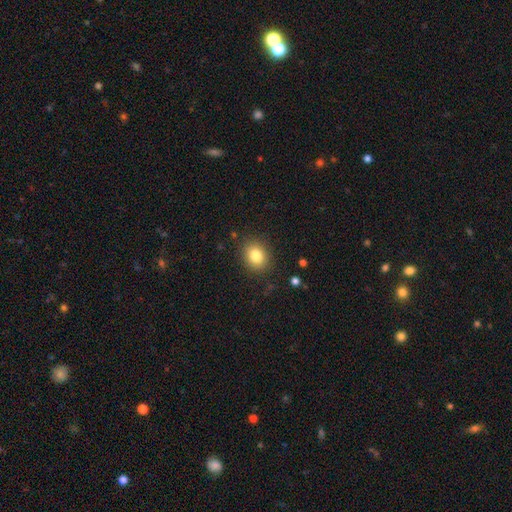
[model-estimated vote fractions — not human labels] A smooth galaxy with no disk features (81%) that is round (59%).

Vote fractions:
- Smooth or featured? smooth: 81% / star or artifact: 10% / featured or disk: 8%
- How rounded? round: 59% / in between: 40% / cigar-shaped: 1%
- Merging? none: 88% / minor disturbance: 8% / major disturbance: 3% / merger: 1%